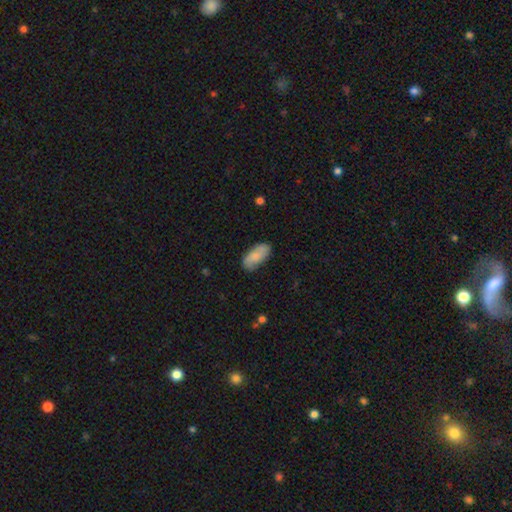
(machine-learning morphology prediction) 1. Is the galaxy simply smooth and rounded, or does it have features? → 76% smooth, 18% featured or disk, 6% star or artifact.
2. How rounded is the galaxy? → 90% in between, 7% cigar-shaped, 2% round.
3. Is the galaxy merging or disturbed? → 79% none, 16% minor disturbance, 3% major disturbance, 1% merger.